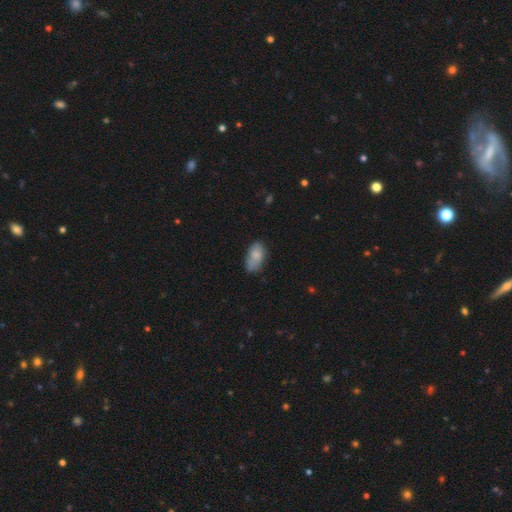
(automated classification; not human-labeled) This is likely a smooth galaxy (79%). How rounded: clearly in between (93%). Merging: possibly none (52%).